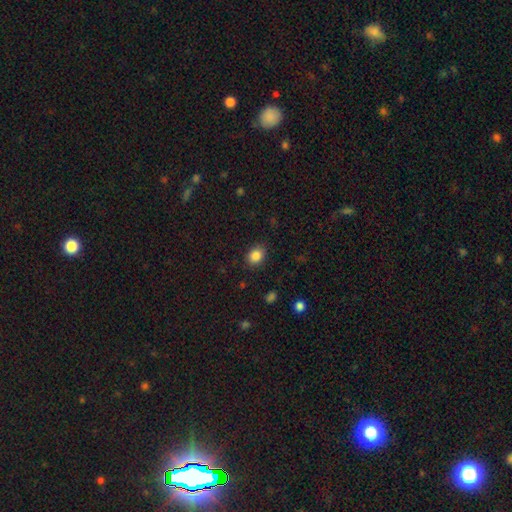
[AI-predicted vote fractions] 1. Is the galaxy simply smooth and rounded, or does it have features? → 86% smooth, 10% star or artifact, 4% featured or disk.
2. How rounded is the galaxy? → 52% in between, 47% round, 1% cigar-shaped.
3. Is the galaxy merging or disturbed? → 86% none, 10% minor disturbance, 3% major disturbance, 1% merger.